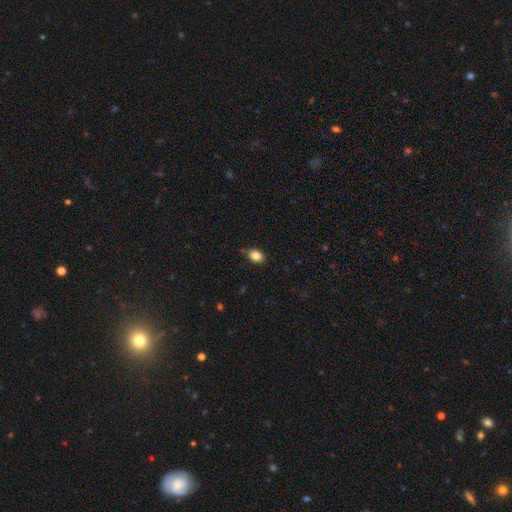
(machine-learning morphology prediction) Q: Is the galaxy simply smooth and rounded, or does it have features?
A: smooth — 86%.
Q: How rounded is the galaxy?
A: in between — 76%.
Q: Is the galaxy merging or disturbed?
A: none — 81%.